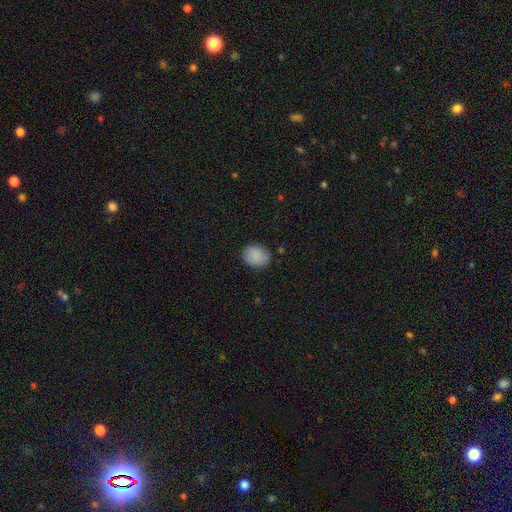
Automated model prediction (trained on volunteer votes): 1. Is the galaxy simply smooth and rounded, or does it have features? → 87% smooth, 7% star or artifact, 5% featured or disk.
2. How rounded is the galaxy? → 50% round, 49% in between, 1% cigar-shaped.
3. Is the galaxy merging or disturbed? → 84% none, 12% minor disturbance, 3% major disturbance, 1% merger.